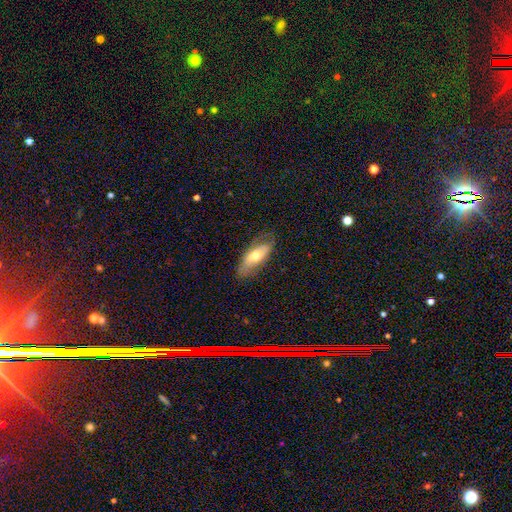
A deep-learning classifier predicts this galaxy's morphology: A smooth galaxy with no disk features (56%) that is in between round and cigar-shaped (75%).

Vote fractions:
- Smooth or featured? smooth: 56% / featured or disk: 38% / star or artifact: 6%
- How rounded? in between: 75% / cigar-shaped: 22% / round: 3%
- Merging? none: 72% / minor disturbance: 21% / major disturbance: 6% / merger: 1%